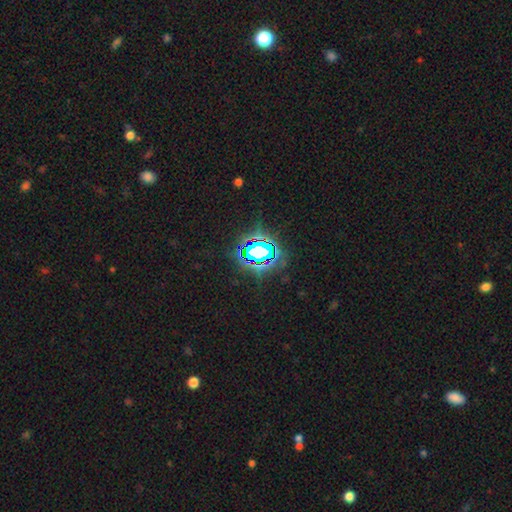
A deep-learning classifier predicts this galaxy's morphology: Overall: star or artifact (74%).